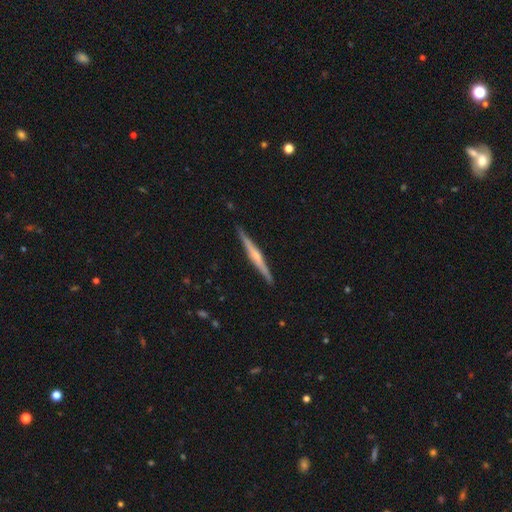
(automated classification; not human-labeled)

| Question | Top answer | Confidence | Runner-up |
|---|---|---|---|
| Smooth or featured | featured or disk | 71% | smooth (24%) |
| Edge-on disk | yes | 98% | no (2%) |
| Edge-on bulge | rounded | 64% | none (25%) |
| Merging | none | 91% | minor disturbance (7%) |